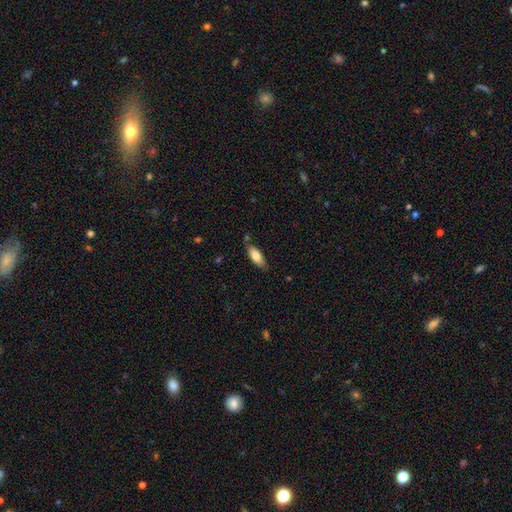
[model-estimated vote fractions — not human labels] smooth_or_featured: smooth (p=0.79) [alt: featured or disk p=0.15]
how_rounded: in between (p=0.77) [alt: cigar-shaped p=0.21]
merging: none (p=0.77) [alt: minor disturbance p=0.17]